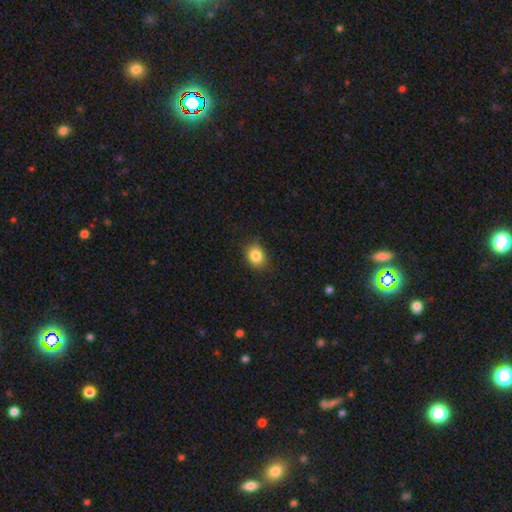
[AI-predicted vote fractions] Overall: smooth (85%). How rounded: round (51%; in between 48%). Merging: none (83%).